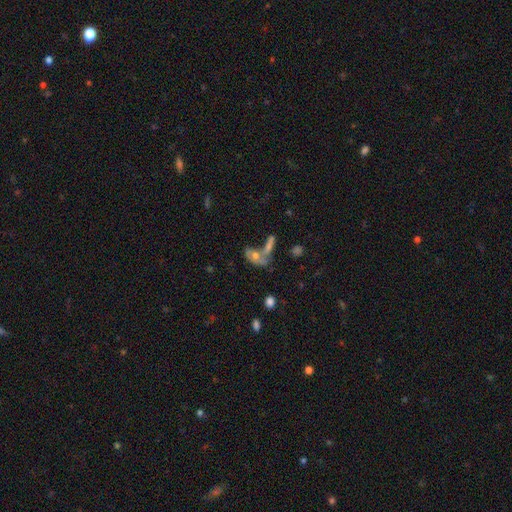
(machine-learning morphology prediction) A smooth galaxy with no disk features (46%). Merging: merger (47%).